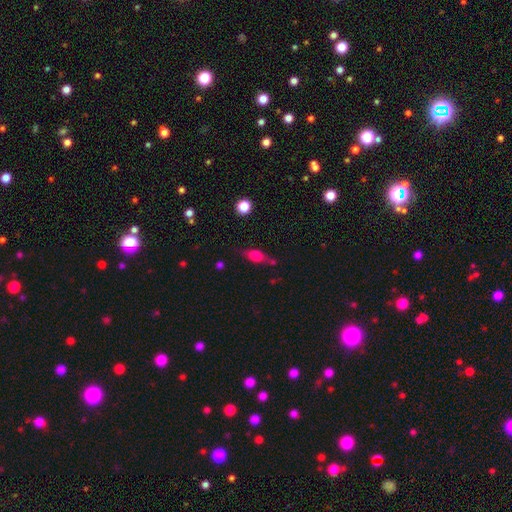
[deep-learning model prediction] This appears to be a smooth galaxy with no disk features (58%) that is in between round and cigar-shaped (62%). Merging: none (65%).